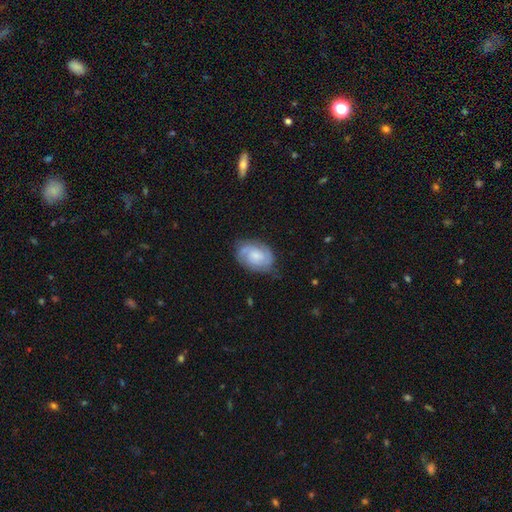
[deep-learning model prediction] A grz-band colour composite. It shows a featured or disk galaxy (63%) with no bar (68%), 2 (54%) tight (52%) spiral arms (89%) and a small central bulge (45%). Merging: none (64%).